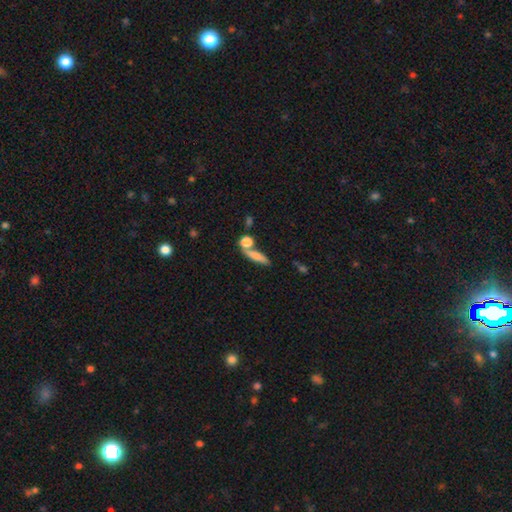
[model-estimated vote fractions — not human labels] Smooth or featured? smooth (68%)
How rounded? cigar-shaped (62%)
Merging? none (57%)